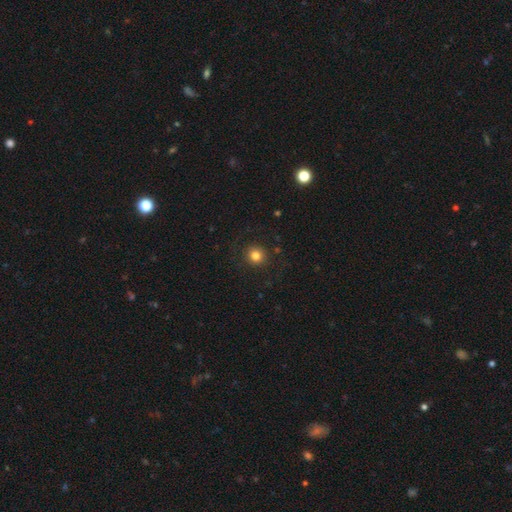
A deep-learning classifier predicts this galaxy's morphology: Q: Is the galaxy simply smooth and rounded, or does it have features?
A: smooth — 82%.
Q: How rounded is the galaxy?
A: round — 92%.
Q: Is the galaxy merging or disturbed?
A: none — 89%.